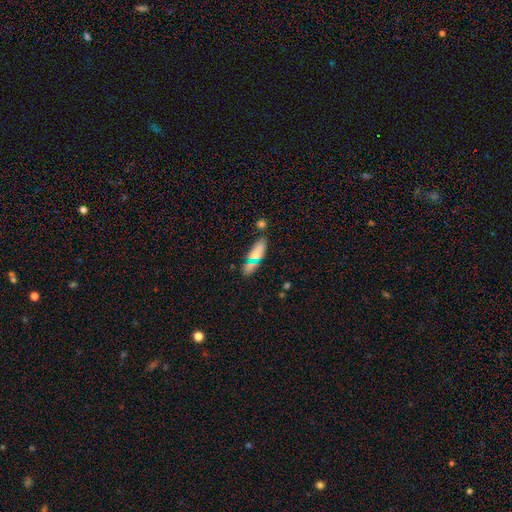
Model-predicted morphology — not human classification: A smooth galaxy with no disk features (71%) that is in between round and cigar-shaped (67%).

Vote fractions:
- Smooth or featured? smooth: 71% / star or artifact: 16% / featured or disk: 13%
- How rounded? in between: 67% / cigar-shaped: 27% / round: 5%
- Merging? none: 73% / minor disturbance: 15% / merger: 7% / major disturbance: 5%